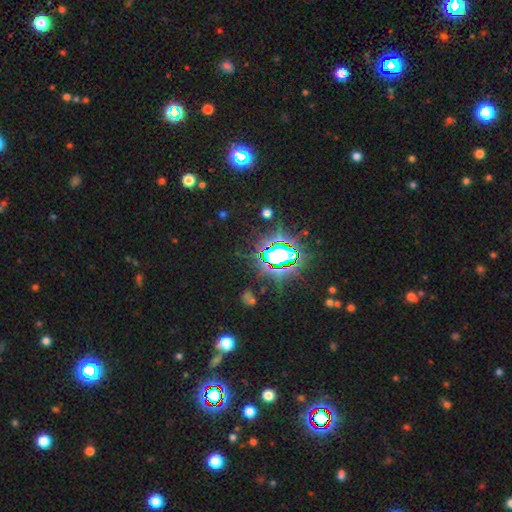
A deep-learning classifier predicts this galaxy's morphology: Smooth or featured?
  - star or artifact: 79% *
  - smooth: 12%
  - featured or disk: 8%